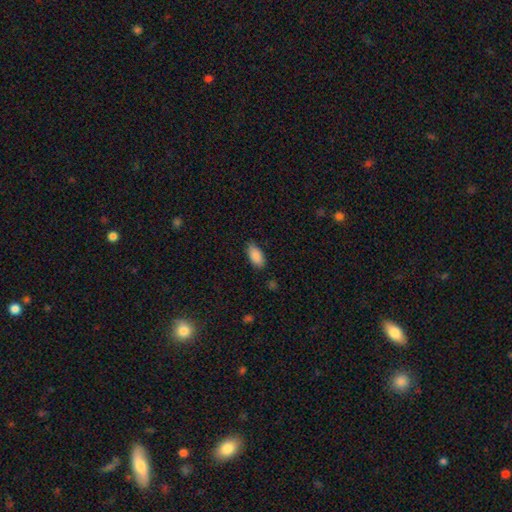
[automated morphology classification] Smooth or featured?
  - smooth: 89% *
  - star or artifact: 7%
  - featured or disk: 4%
How rounded?
  - in between: 92% *
  - cigar-shaped: 5%
  - round: 3%
Merging?
  - none: 81% *
  - minor disturbance: 15%
  - major disturbance: 3%
  - merger: 1%